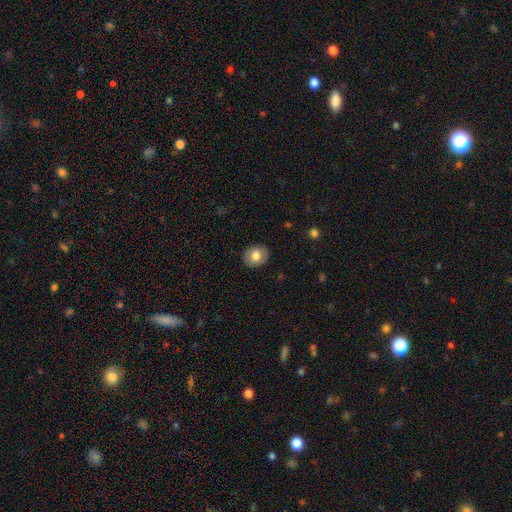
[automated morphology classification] Smooth or featured: smooth — 77% (featured or disk — 16%)
How rounded: round — 51% (in between — 48%)
Merging: none — 87% (minor disturbance — 9%)